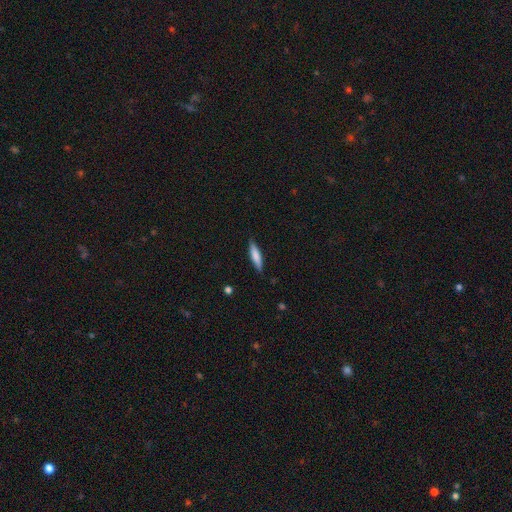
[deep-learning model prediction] A smooth galaxy with no disk features (72%) that is cigar-shaped (80%).

Vote fractions:
- Smooth or featured? smooth: 72% / featured or disk: 22% / star or artifact: 6%
- How rounded? cigar-shaped: 80% / in between: 18% / round: 1%
- Merging? none: 87% / minor disturbance: 10% / major disturbance: 2% / merger: 1%